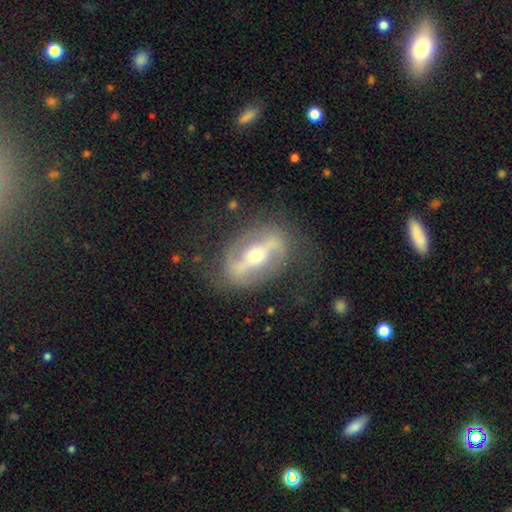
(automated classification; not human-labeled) Smooth or featured: featured or disk — 82% (smooth — 12%)
Edge-on disk: no — 91% (yes — 9%)
Bar: strong — 66% (weak — 18%)
Spiral arms: yes — 72% (no — 28%)
Spiral winding: medium — 42% (loose — 36%)
Spiral arm count: 2 — 88% (can't tell — 6%)
Bulge size: moderate — 50% (small — 45%)
Merging: none — 76% (minor disturbance — 14%)